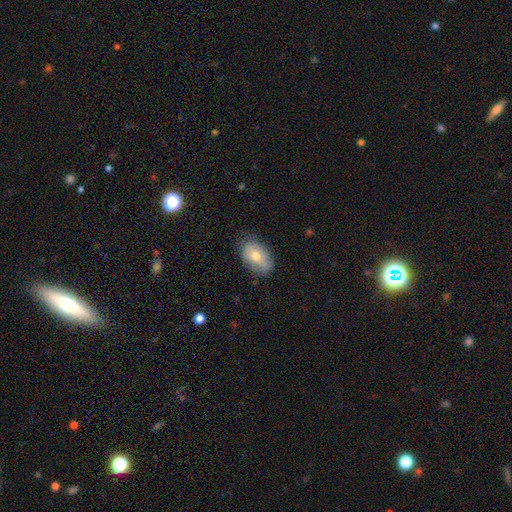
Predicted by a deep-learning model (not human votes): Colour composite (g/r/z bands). It shows a smooth galaxy with no disk features (71%) that is in between round and cigar-shaped (91%). Merging: none (68%).